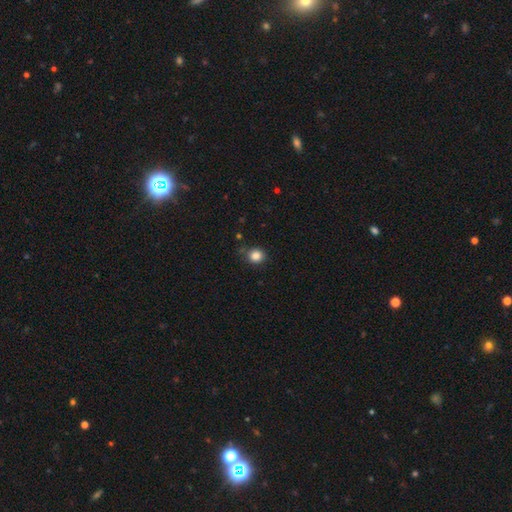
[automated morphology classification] This appears to be a smooth galaxy with no disk features (85%) that is round (84%). Merging: none (77%).